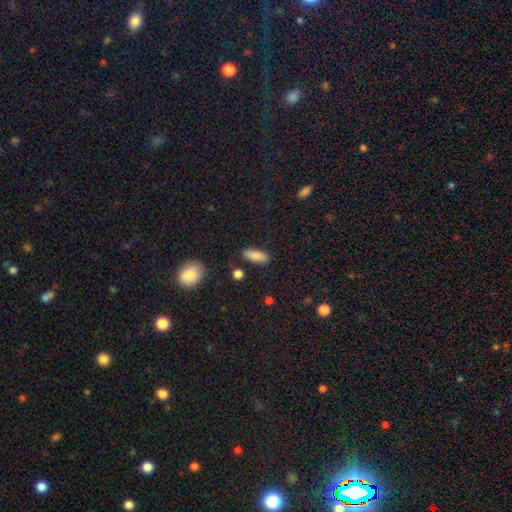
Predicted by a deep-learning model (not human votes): A smooth galaxy with no disk features (85%) that is in between round and cigar-shaped (74%). Merging: none (85%).